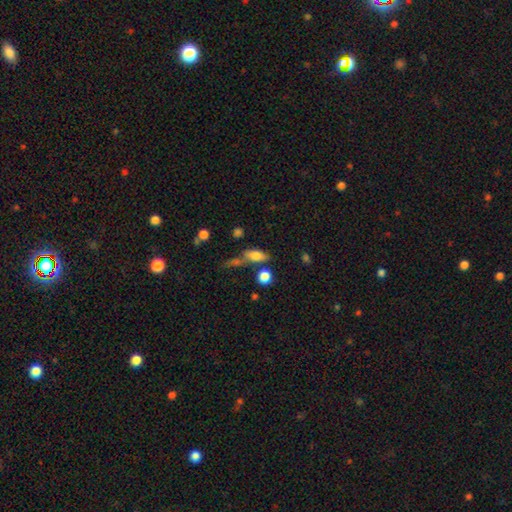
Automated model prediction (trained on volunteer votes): Smooth or featured?
  - smooth: 74% *
  - featured or disk: 16%
  - star or artifact: 10%
How rounded?
  - in between: 74% *
  - cigar-shaped: 17%
  - round: 9%
Merging?
  - none: 54% *
  - merger: 20%
  - minor disturbance: 18%
  - major disturbance: 9%